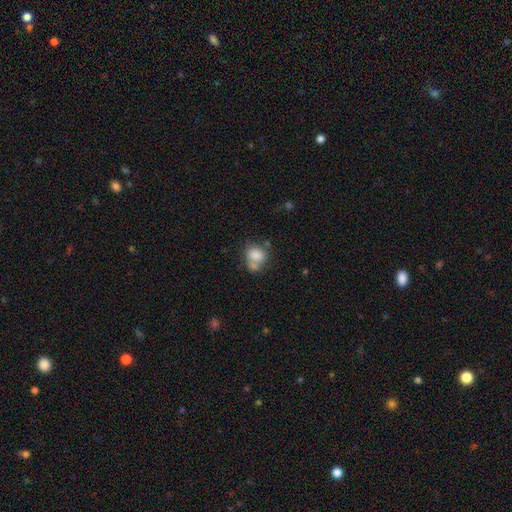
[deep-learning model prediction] smooth 79%, featured or disk 11%, star or artifact 10%. Down the decision tree: how rounded — round (58%); merging — none (41%).